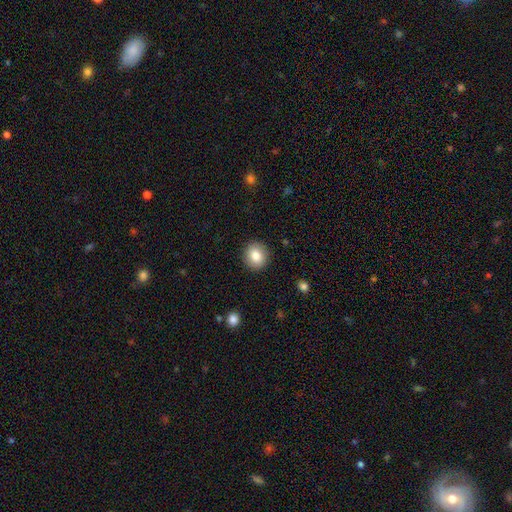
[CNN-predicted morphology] The model was most divided on "how rounded": round: 82%, in between: 17%, cigar-shaped: 1%. More confident: merging — none (91%); smooth or featured — smooth (84%).